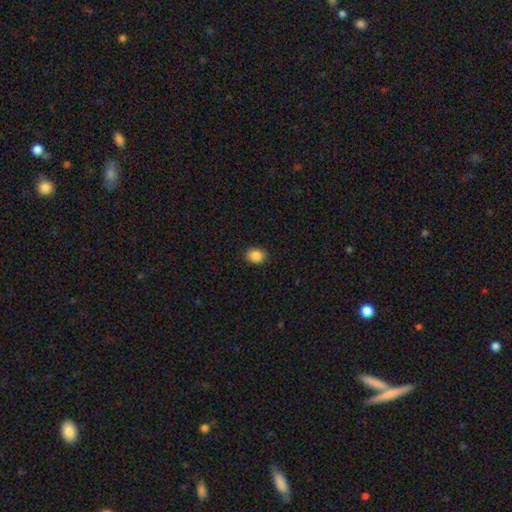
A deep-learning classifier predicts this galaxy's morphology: The model was most divided on "how rounded": in between: 67%, round: 32%, cigar-shaped: 1%. More confident: merging — none (89%); smooth or featured — smooth (89%).